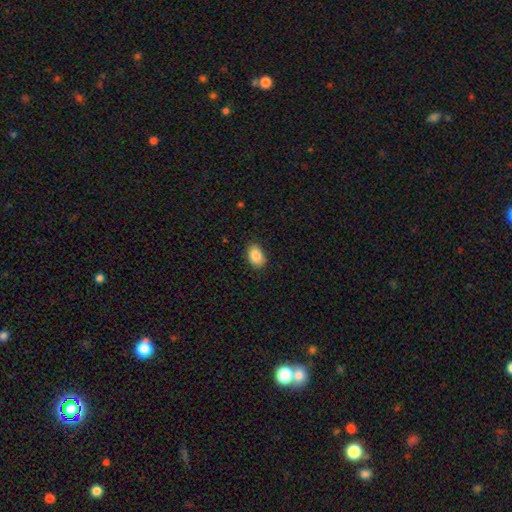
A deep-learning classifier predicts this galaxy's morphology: Q: Smooth or featured?
A: smooth (86%); runner-up: star or artifact (8%)
Q: How rounded?
A: in between (84%); runner-up: round (15%)
Q: Merging?
A: none (85%); runner-up: minor disturbance (12%)